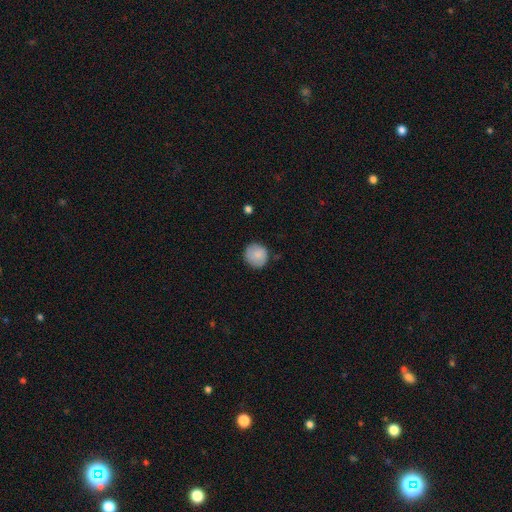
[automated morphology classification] Smooth or featured?
  - smooth: 85% *
  - featured or disk: 9%
  - star or artifact: 7%
How rounded?
  - round: 92% *
  - in between: 7%
  - cigar-shaped: 1%
Merging?
  - none: 84% *
  - minor disturbance: 12%
  - major disturbance: 3%
  - merger: 1%